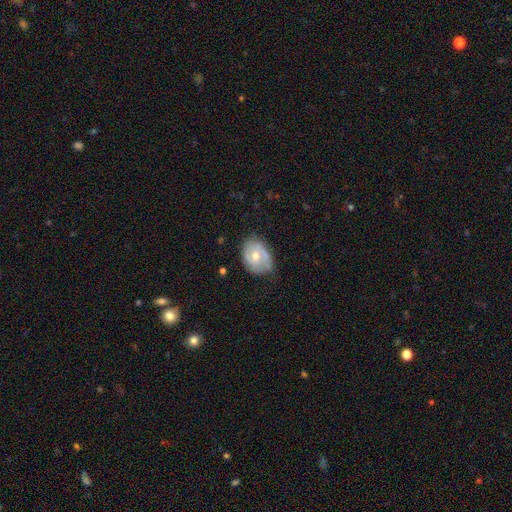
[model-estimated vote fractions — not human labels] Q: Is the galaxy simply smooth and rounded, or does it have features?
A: featured or disk — 60%.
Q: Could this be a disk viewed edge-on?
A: no — 96%.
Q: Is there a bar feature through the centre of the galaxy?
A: no — 53%.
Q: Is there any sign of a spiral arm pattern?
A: yes — 69%.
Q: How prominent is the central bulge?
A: moderate — 66%.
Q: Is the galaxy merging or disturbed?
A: none — 62%.